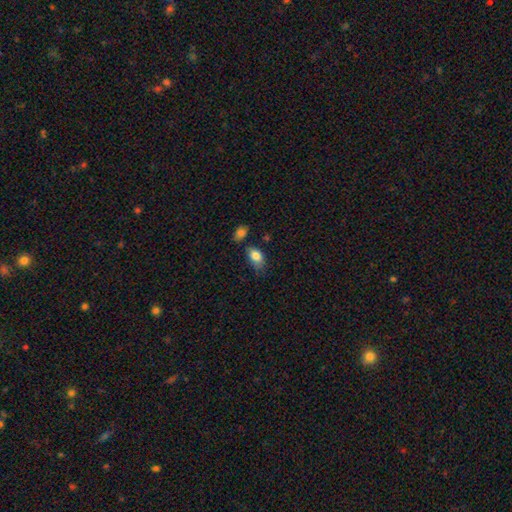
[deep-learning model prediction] A smooth galaxy with no disk features (82%) that is in between round and cigar-shaped (88%).

Vote fractions:
- Smooth or featured? smooth: 82% / featured or disk: 9% / star or artifact: 8%
- How rounded? in between: 88% / round: 10% / cigar-shaped: 2%
- Merging? none: 57% / minor disturbance: 28% / merger: 8% / major disturbance: 6%